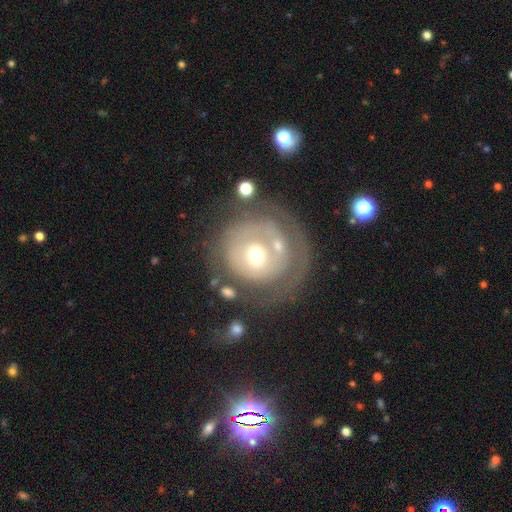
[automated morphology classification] This is likely a featured or disk galaxy (60%). It is clearly not viewed edge-on (97%). Bar: clearly no (83%). Spiral arm pattern: possibly no (58%). Central bulge: possibly moderate (59%). Merging: possibly none (50%).